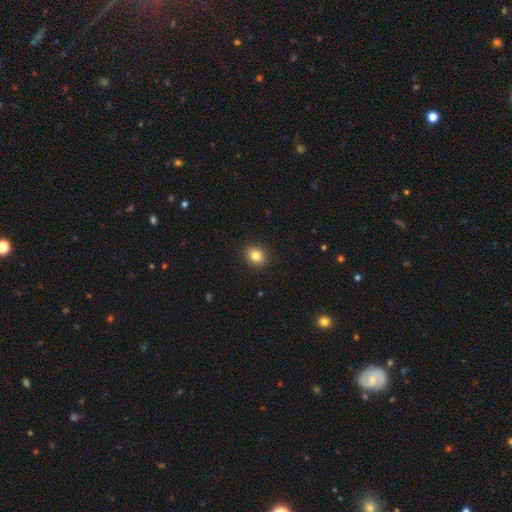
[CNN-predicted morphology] A smooth galaxy with no disk features (84%) that is round (66%).

Vote fractions:
- Smooth or featured? smooth: 84% / star or artifact: 10% / featured or disk: 6%
- How rounded? round: 66% / in between: 33% / cigar-shaped: 1%
- Merging? none: 91% / minor disturbance: 6% / major disturbance: 2% / merger: 1%